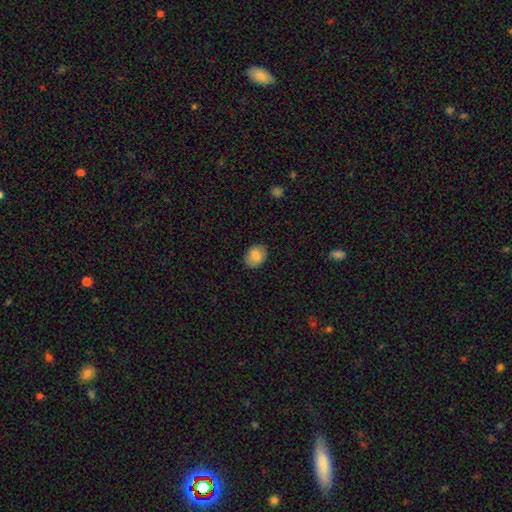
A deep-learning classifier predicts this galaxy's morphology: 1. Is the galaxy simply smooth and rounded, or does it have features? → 79% smooth, 13% featured or disk, 8% star or artifact.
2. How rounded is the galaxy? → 59% in between, 40% round, 1% cigar-shaped.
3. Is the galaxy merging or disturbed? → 84% none, 12% minor disturbance, 3% major disturbance, 1% merger.